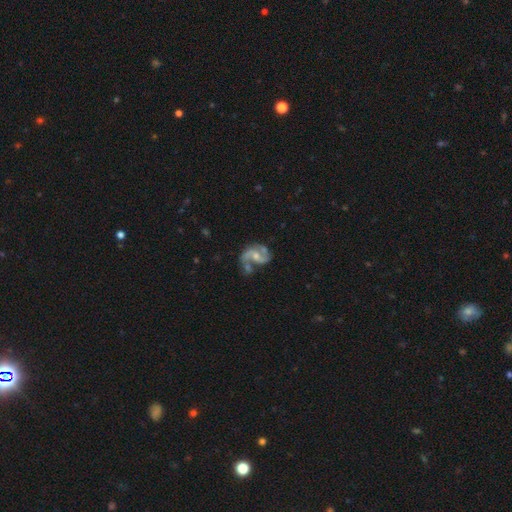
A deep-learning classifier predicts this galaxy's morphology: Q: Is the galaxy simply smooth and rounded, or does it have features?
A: featured or disk — 85%.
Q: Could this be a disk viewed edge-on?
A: no — 98%.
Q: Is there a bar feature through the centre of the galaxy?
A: no — 46%.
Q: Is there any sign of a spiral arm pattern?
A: yes — 94%.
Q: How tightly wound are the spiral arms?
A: loose — 45%.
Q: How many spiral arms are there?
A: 2 — 83%.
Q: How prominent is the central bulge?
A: moderate — 46%.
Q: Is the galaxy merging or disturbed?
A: none — 44%.